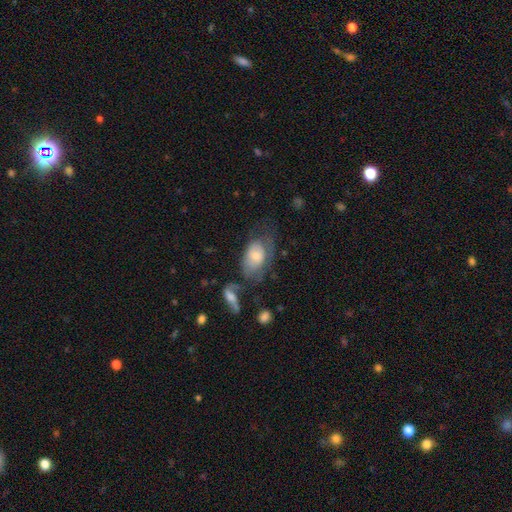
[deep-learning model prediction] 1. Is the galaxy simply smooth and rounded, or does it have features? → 62% smooth, 30% featured or disk, 7% star or artifact.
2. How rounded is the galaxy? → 88% in between, 10% round, 2% cigar-shaped.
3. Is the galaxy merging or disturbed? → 33% major disturbance, 31% none, 26% minor disturbance, 11% merger.